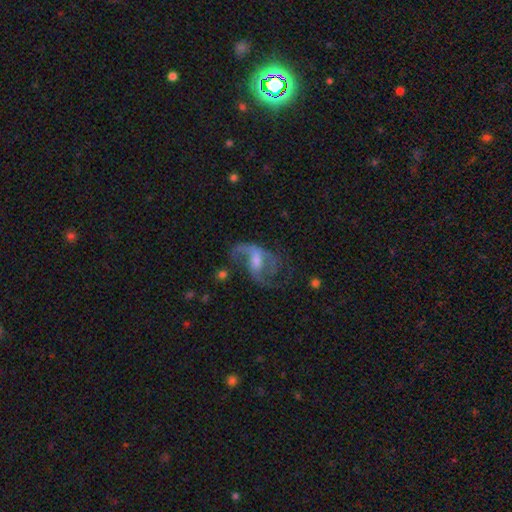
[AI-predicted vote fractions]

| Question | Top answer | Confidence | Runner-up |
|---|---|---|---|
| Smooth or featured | featured or disk | 76% | smooth (15%) |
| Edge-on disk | no | 96% | yes (4%) |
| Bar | weak | 48% | no (33%) |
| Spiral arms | yes | 83% | no (17%) |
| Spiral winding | loose | 60% | medium (32%) |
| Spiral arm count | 2 | 54% | 1 (16%) |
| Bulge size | moderate | 44% | small (35%) |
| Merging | major disturbance | 39% | tied: none (39%) |